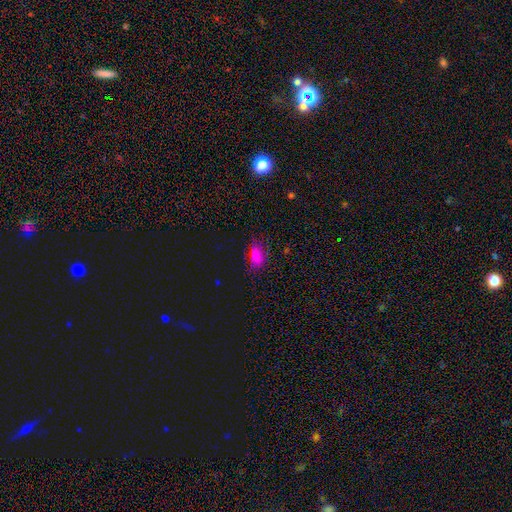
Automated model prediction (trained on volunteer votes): Morphology: type=smooth (76%); roundness=in between (88%); merging=none (66%).